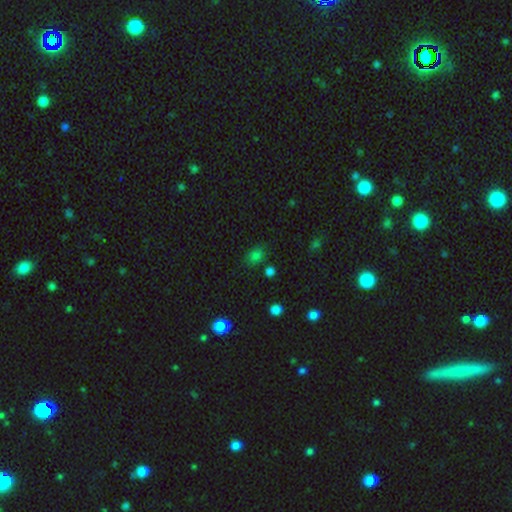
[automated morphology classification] A smooth galaxy with no disk features (75%) that is in between round and cigar-shaped (63%).

Vote fractions:
- Smooth or featured? smooth: 75% / star or artifact: 20% / featured or disk: 5%
- How rounded? in between: 63% / round: 36% / cigar-shaped: 1%
- Merging? none: 75% / minor disturbance: 15% / merger: 5% / major disturbance: 5%